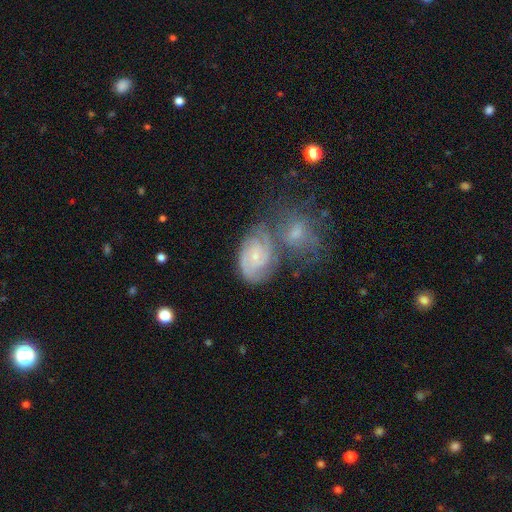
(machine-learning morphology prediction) Smooth or featured?
  - featured or disk: 78% *
  - smooth: 15%
  - star or artifact: 7%
Edge-on disk?
  - no: 97% *
  - yes: 3%
Bar?
  - no: 69% *
  - weak: 27%
  - strong: 4%
Spiral arms?
  - yes: 94% *
  - no: 6%
Spiral winding?
  - tight: 61% *
  - medium: 32%
  - loose: 7%
Spiral arm count?
  - 2: 32% *
  - can't tell: 30%
  - 3: 22%
  - 4: 6%
  - 1: 5%
  - more than 4: 5%
Bulge size?
  - small: 78% *
  - moderate: 17%
  - none: 3%
  - large: 1%
  - dominant: 1%
Merging?
  - none: 44% *
  - merger: 32%
  - minor disturbance: 16%
  - major disturbance: 8%